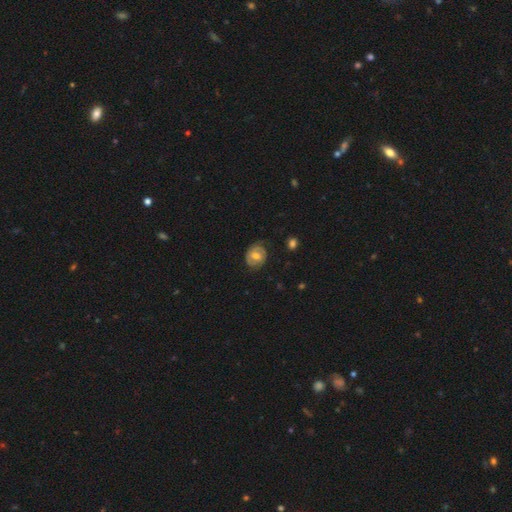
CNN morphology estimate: Smooth or featured? Predicted: smooth (p=0.50). How rounded? Predicted: round (p=0.58). Merging? Predicted: none (p=0.71).